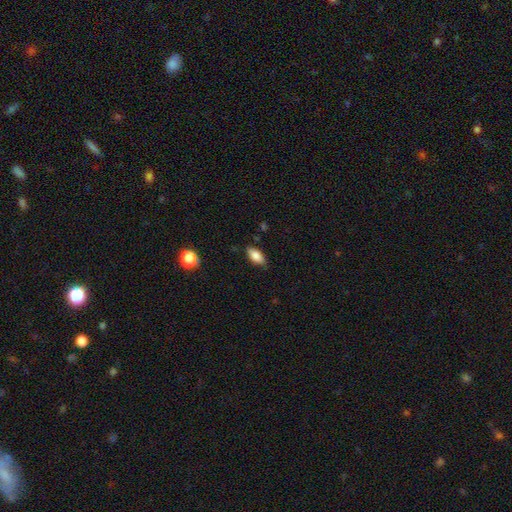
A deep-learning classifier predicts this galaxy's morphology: Smooth or featured? Predicted: smooth (p=0.83). How rounded? Predicted: in between (p=0.88). Merging? Predicted: none (p=0.83).